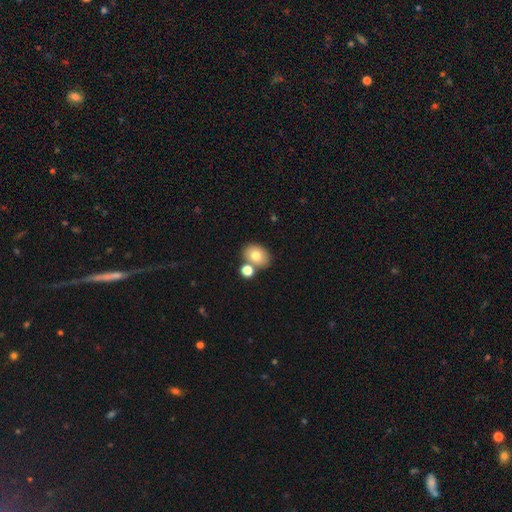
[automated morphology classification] Q: Smooth or featured?
A: smooth (76%); runner-up: featured or disk (14%)
Q: How rounded?
A: in between (58%); runner-up: round (41%)
Q: Merging?
A: none (64%); runner-up: merger (23%)